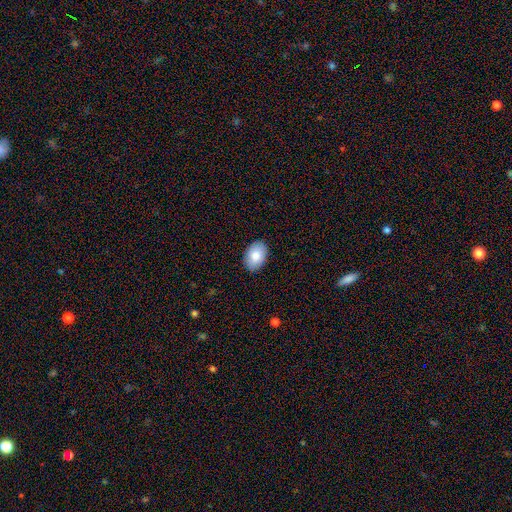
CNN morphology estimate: Q: Smooth or featured?
A: smooth (84%); runner-up: featured or disk (9%)
Q: How rounded?
A: in between (89%); runner-up: round (10%)
Q: Merging?
A: none (88%); runner-up: minor disturbance (9%)